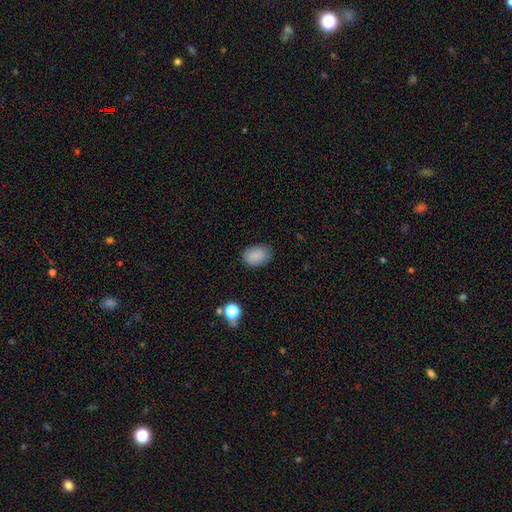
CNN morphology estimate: Smooth or featured?
  - smooth: 84% *
  - star or artifact: 9%
  - featured or disk: 7%
How rounded?
  - in between: 75% *
  - round: 24%
  - cigar-shaped: 1%
Merging?
  - none: 78% *
  - minor disturbance: 17%
  - major disturbance: 4%
  - merger: 1%